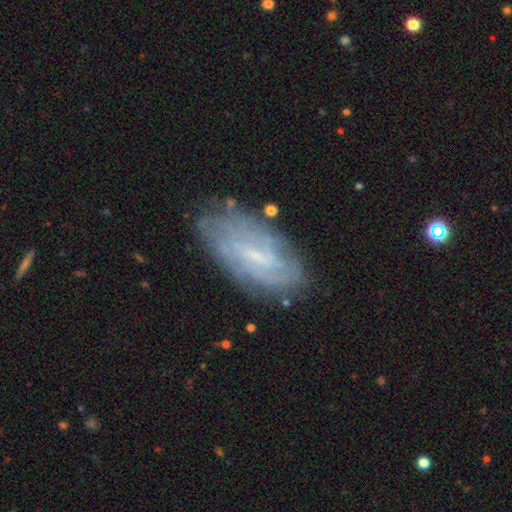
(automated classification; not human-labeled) Smooth or featured?
  - featured or disk: 69% *
  - smooth: 23%
  - star or artifact: 8%
Edge-on disk?
  - no: 91% *
  - yes: 9%
Bar?
  - weak: 52% *
  - no: 27%
  - strong: 21%
Spiral arms?
  - yes: 77% *
  - no: 23%
Bulge size?
  - small: 57% *
  - none: 22%
  - moderate: 18%
  - large: 1%
  - dominant: 1%
Merging?
  - none: 73% *
  - minor disturbance: 19%
  - major disturbance: 6%
  - merger: 2%